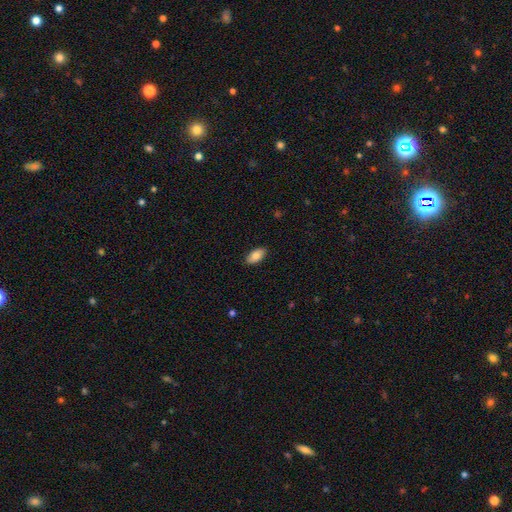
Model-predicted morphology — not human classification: type=smooth (82%); roundness=in between (93%); merging=none (88%).